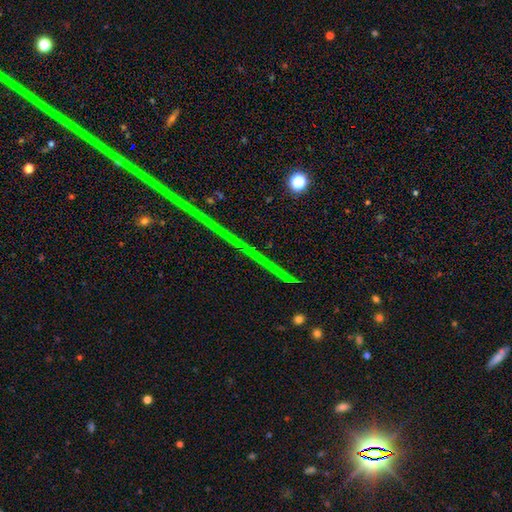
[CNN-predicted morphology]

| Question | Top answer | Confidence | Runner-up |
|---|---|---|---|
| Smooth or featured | star or artifact | 86% | featured or disk (8%) |